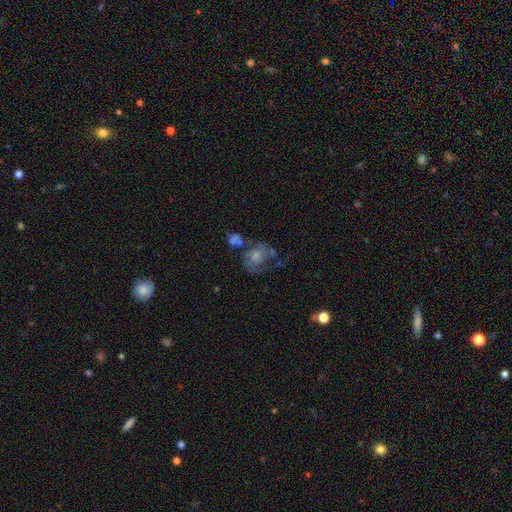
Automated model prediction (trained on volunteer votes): A featured or disk galaxy (65%) with no bar (76%), 2 (43%) medium (44%) spiral arms (79%) and a moderate central bulge (53%). Merging: none (47%).